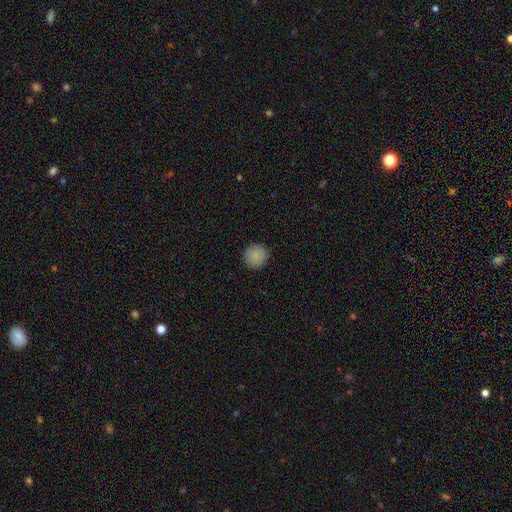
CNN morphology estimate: Smooth or featured?
  - smooth: 87% *
  - star or artifact: 9%
  - featured or disk: 4%
How rounded?
  - round: 94% *
  - in between: 5%
  - cigar-shaped: 1%
Merging?
  - none: 89% *
  - minor disturbance: 8%
  - major disturbance: 2%
  - merger: 1%